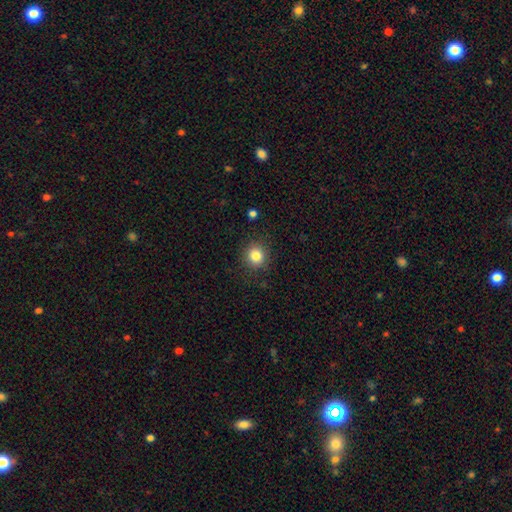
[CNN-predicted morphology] The model was most divided on "smooth or featured": smooth: 84%, star or artifact: 11%, featured or disk: 5%. More confident: how rounded — round (91%); merging — none (89%).